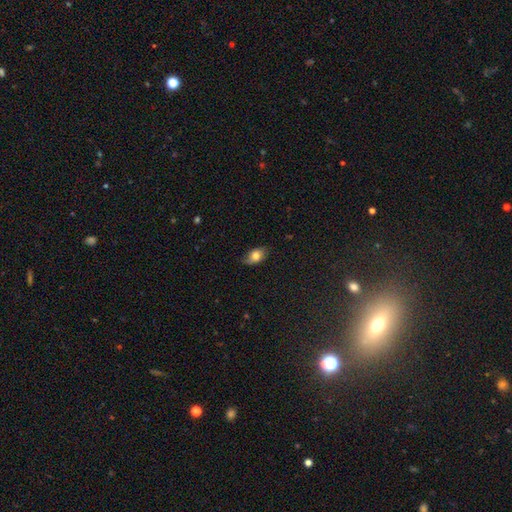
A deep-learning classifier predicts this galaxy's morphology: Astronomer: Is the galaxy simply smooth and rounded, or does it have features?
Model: smooth — 76%.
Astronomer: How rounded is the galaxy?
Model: in between — 89%.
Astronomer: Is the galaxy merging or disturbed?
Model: none — 73%.